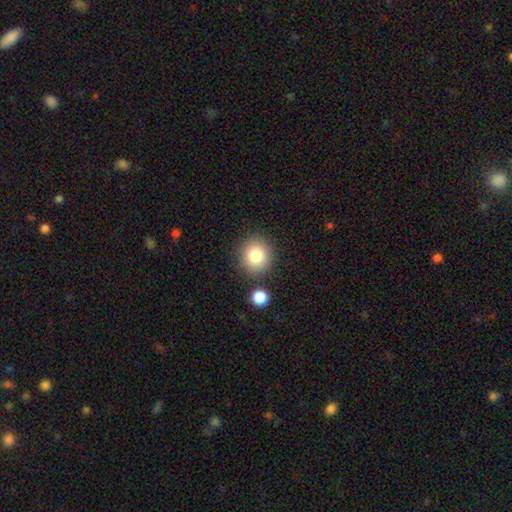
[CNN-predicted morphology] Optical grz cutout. It shows a smooth galaxy with no disk features (84%) that is round (87%). Merging: none (82%).